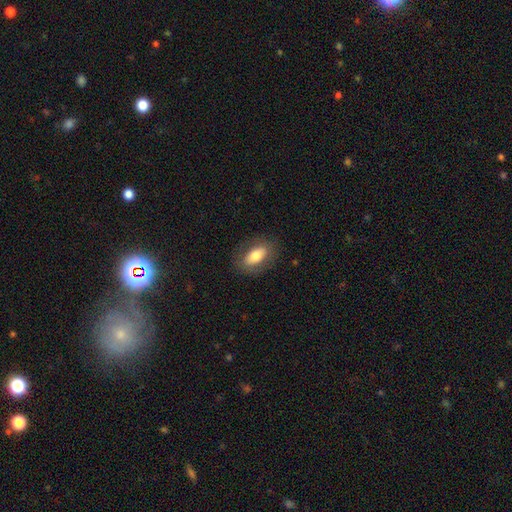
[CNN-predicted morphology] A smooth galaxy with no disk features (69%) that is in between round and cigar-shaped (88%). Merging: none (83%).